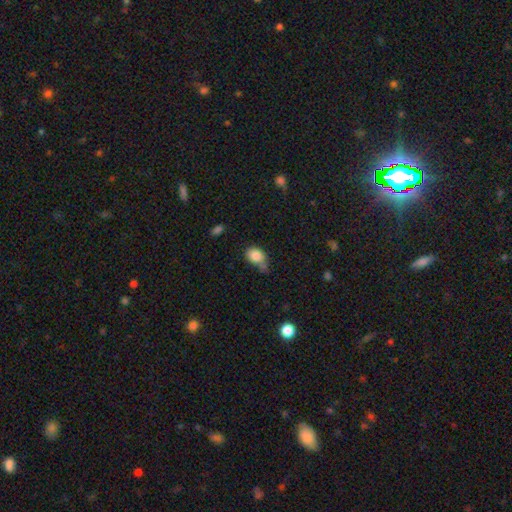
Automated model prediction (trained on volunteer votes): A smooth galaxy with no disk features (84%) that is in between round and cigar-shaped (64%).

Vote fractions:
- Smooth or featured? smooth: 84% / star or artifact: 9% / featured or disk: 7%
- How rounded? in between: 64% / round: 34% / cigar-shaped: 1%
- Merging? none: 43% / minor disturbance: 30% / merger: 16% / major disturbance: 11%